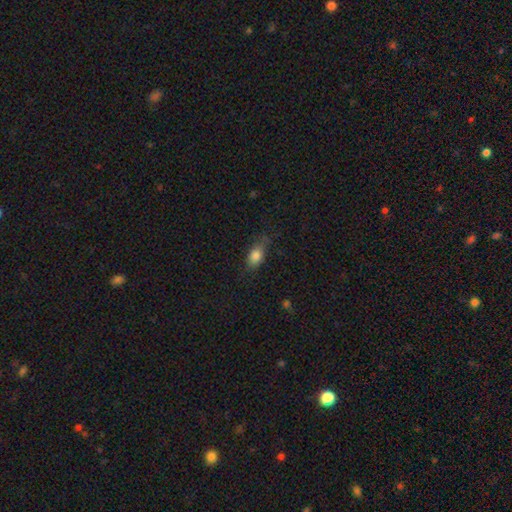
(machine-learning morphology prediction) Smooth or featured? Predicted: smooth (p=0.83). How rounded? Predicted: in between (p=0.83). Merging? Predicted: none (p=0.70).